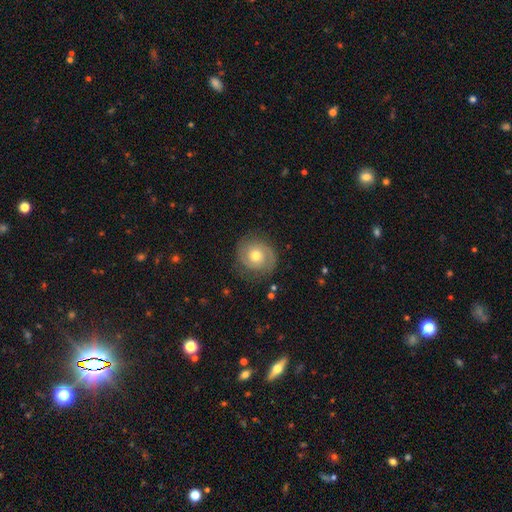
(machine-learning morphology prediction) Smooth or featured? Predicted: featured or disk (p=0.70). Edge-on disk? Predicted: no (p=0.98). Bar? Predicted: no (p=0.74). Spiral arms? Predicted: yes (p=0.90). Spiral winding? Predicted: tight (p=0.52). Spiral arm count? Predicted: 2 (p=0.83). Bulge size? Predicted: moderate (p=0.67). Merging? Predicted: none (p=0.81).